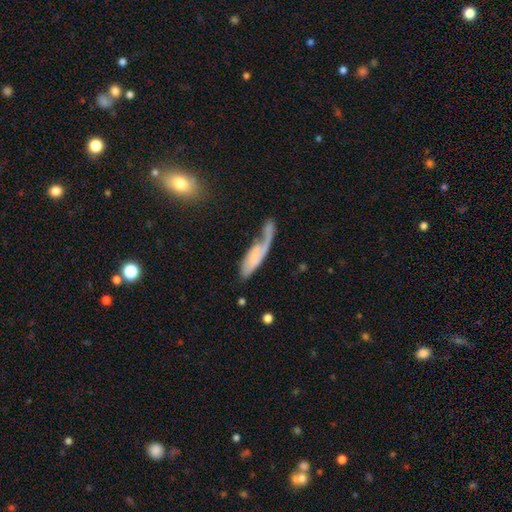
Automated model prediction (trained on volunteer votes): featured or disk 48%, smooth 44%, star or artifact 8%. Down the decision tree: merging — major disturbance (36%).